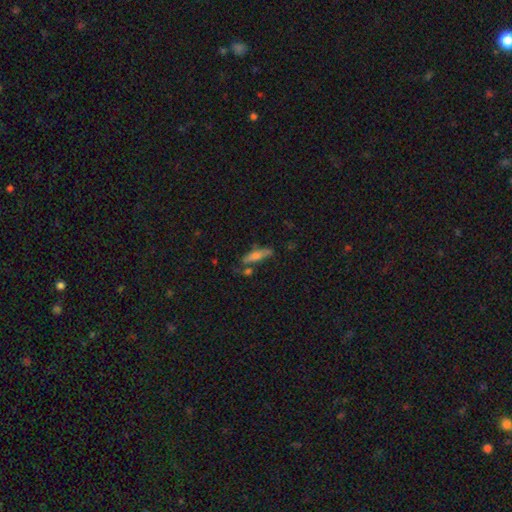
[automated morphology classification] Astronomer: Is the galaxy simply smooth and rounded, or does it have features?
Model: smooth — 60%.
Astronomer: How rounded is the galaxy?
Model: cigar-shaped — 65%.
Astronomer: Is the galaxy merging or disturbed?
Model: none — 57%.